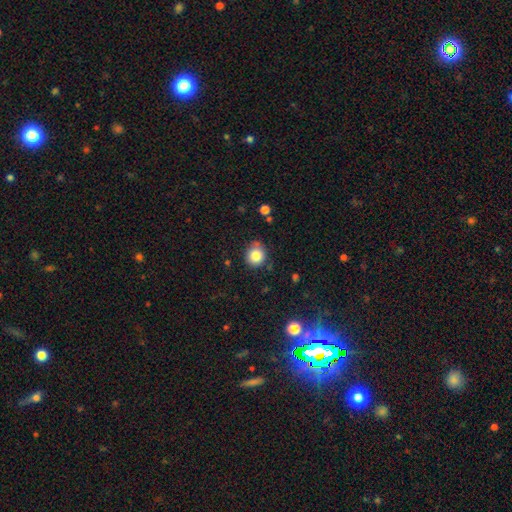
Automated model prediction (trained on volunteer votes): A smooth galaxy with no disk features (82%) that is round (88%). Merging: none (78%).